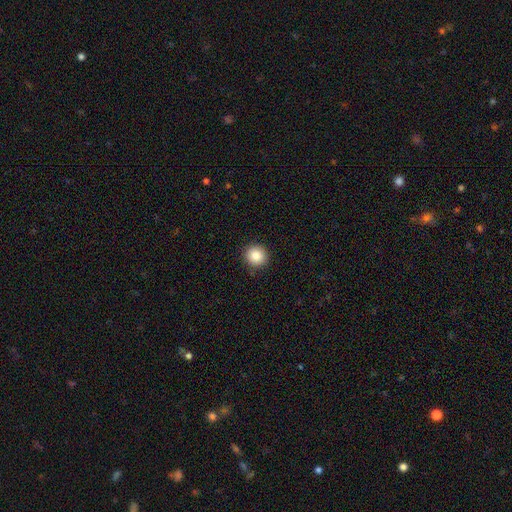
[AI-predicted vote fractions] This appears to be a smooth galaxy with no disk features (85%) that is round (93%). Merging: none (91%).